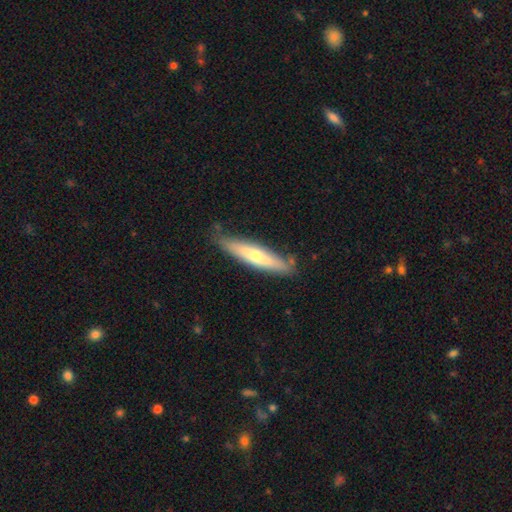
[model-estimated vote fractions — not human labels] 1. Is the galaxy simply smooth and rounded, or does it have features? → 53% smooth, 42% featured or disk, 5% star or artifact.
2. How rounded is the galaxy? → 85% cigar-shaped, 14% in between, 1% round.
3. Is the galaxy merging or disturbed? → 79% none, 16% minor disturbance, 3% major disturbance, 3% merger.